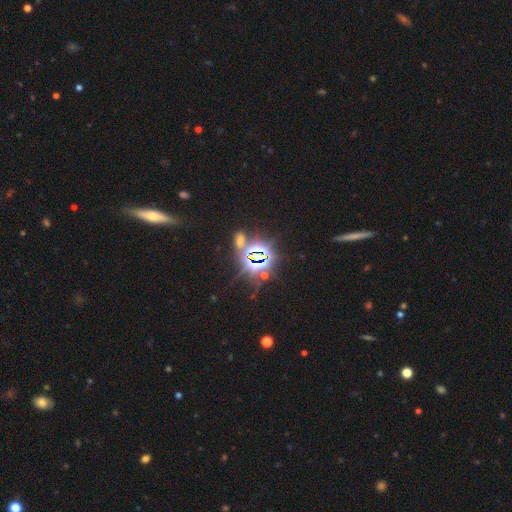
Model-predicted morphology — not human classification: A star or artifact, not a galaxy (77%).

Vote fractions:
- Smooth or featured? star or artifact: 77% / smooth: 12% / featured or disk: 11%